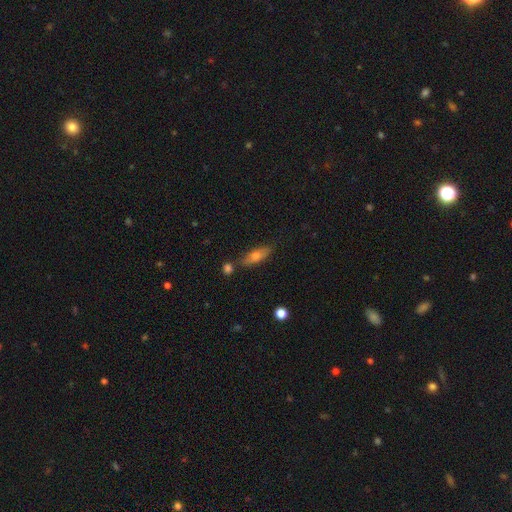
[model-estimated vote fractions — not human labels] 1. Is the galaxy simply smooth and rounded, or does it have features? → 62% smooth, 29% featured or disk, 9% star or artifact.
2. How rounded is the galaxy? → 49% in between, 47% cigar-shaped, 3% round.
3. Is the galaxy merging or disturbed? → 72% none, 15% minor disturbance, 9% merger, 4% major disturbance.